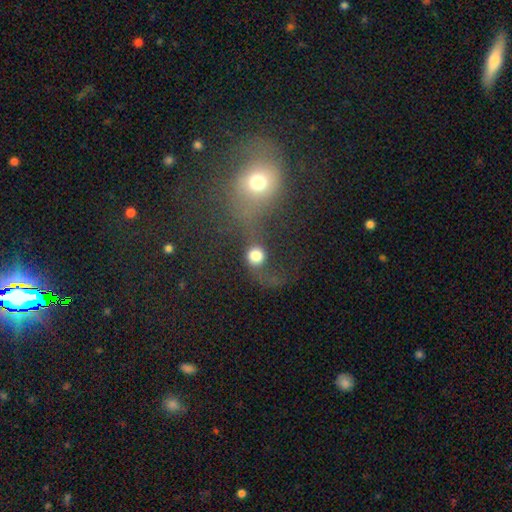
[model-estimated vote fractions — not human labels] Morphology: type=smooth (67%); roundness=round (85%); merging=none (36%).